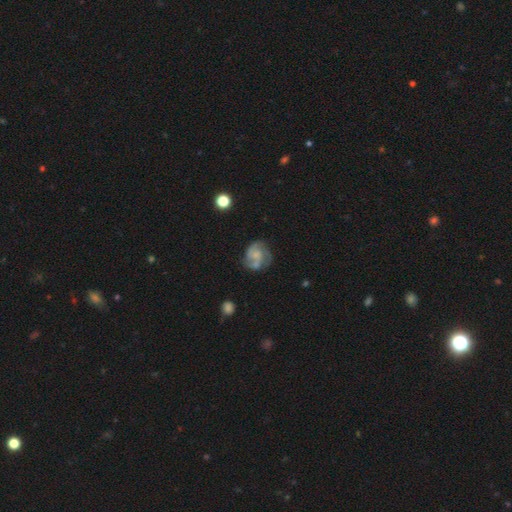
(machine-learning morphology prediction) This is likely a featured or disk galaxy (71%). It is clearly not viewed edge-on (98%). Bar: likely no (67%). Spiral arm pattern: clearly yes (87%). Spiral arm count: marginally 3 (36%). Spiral winding: possibly medium (48%). Central bulge: marginally small (40%). Merging: possibly none (60%).